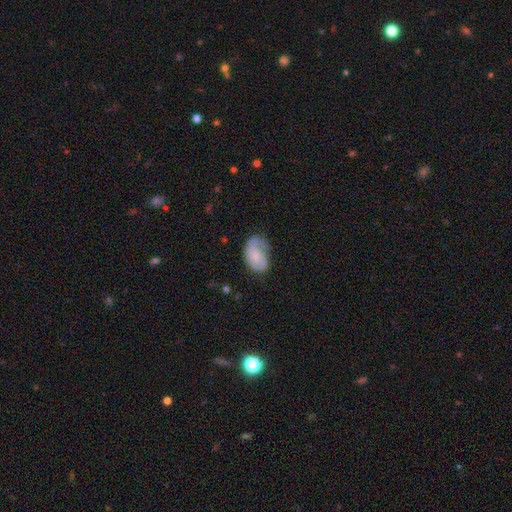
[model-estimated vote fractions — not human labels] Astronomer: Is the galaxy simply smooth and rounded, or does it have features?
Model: smooth — 60%.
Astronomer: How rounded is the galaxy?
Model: in between — 90%.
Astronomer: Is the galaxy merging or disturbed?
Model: none — 40% (runner-up: minor disturbance, 35%).